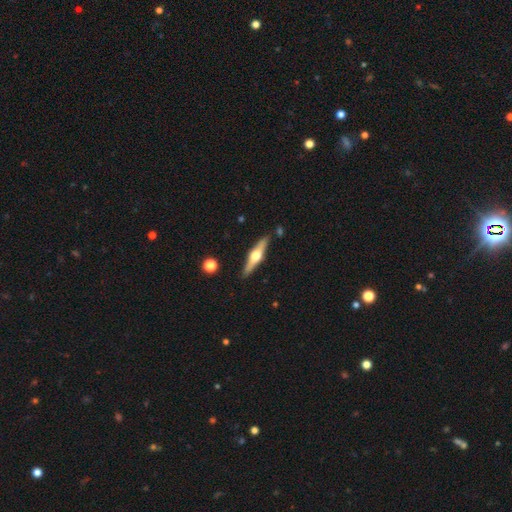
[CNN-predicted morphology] Smooth or featured: featured or disk — 68% (smooth — 27%)
Edge-on disk: yes — 97% (no — 3%)
Edge-on bulge: rounded — 95% (boxy — 3%)
Merging: none — 87% (minor disturbance — 9%)